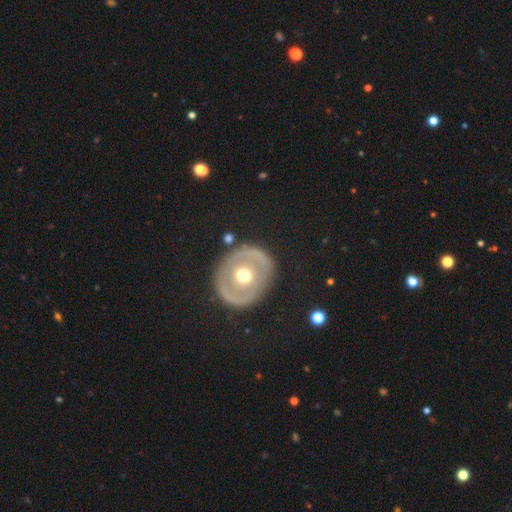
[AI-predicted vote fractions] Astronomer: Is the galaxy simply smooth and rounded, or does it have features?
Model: featured or disk — 61%.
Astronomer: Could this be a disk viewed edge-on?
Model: no — 94%.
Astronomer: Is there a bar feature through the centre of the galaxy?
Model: no — 74%.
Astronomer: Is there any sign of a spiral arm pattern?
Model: no — 78%.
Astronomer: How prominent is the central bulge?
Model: moderate — 79%.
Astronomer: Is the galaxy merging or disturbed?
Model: none — 81%.